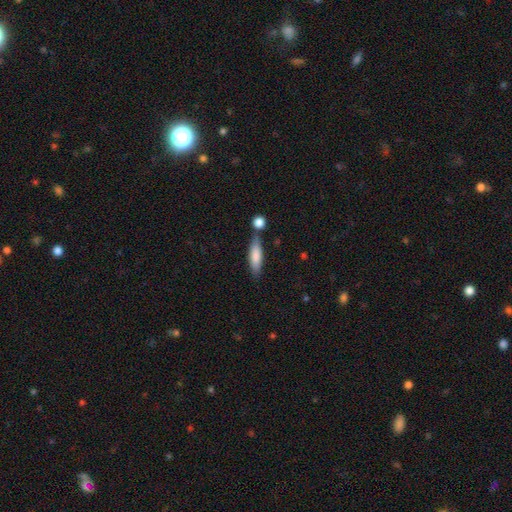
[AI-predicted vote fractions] Smooth or featured? Predicted: smooth (p=0.77). How rounded? Predicted: cigar-shaped (p=0.61). Merging? Predicted: none (p=0.67).